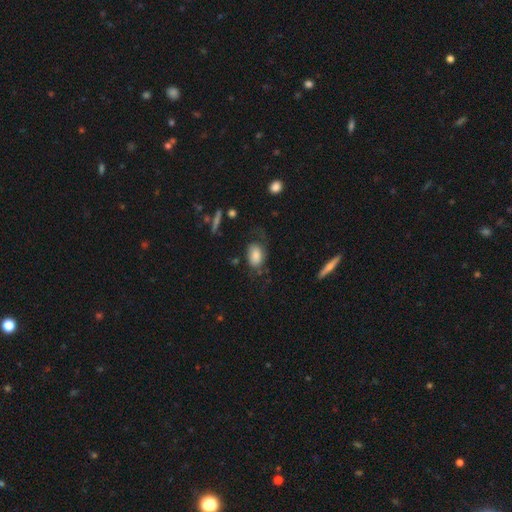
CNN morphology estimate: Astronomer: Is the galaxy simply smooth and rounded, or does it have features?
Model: smooth — 73%.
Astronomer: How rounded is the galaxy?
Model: in between — 89%.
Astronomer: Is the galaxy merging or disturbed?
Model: none — 46% (runner-up: major disturbance, 27%).